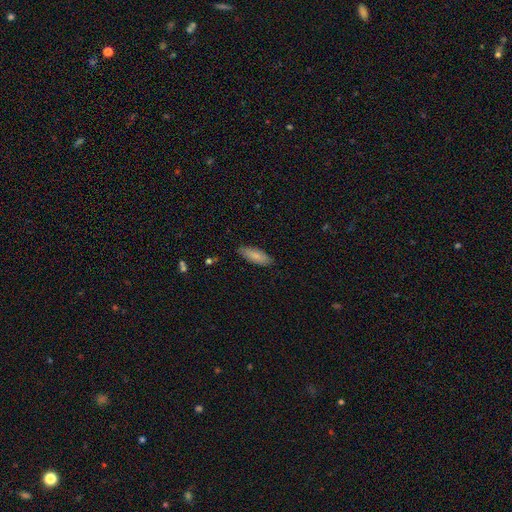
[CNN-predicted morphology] smooth-or-featured: smooth: 83% | featured or disk: 11% | star or artifact: 6%
  how-rounded: in between: 65% | cigar-shaped: 33% | round: 2%
  merging: none: 84% | minor disturbance: 13% | major disturbance: 2% | merger: 1%